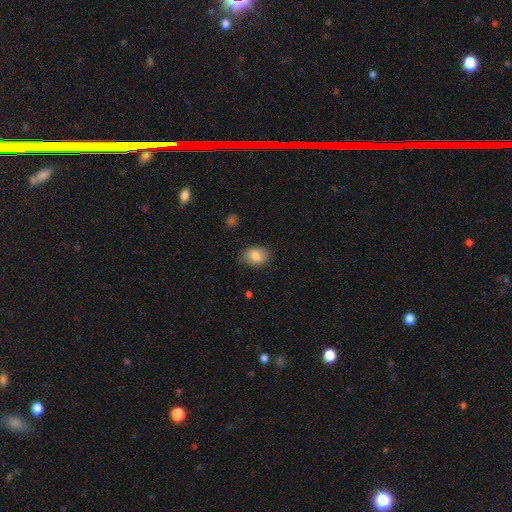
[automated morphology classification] type=smooth (81%); roundness=in between (67%); merging=none (78%).